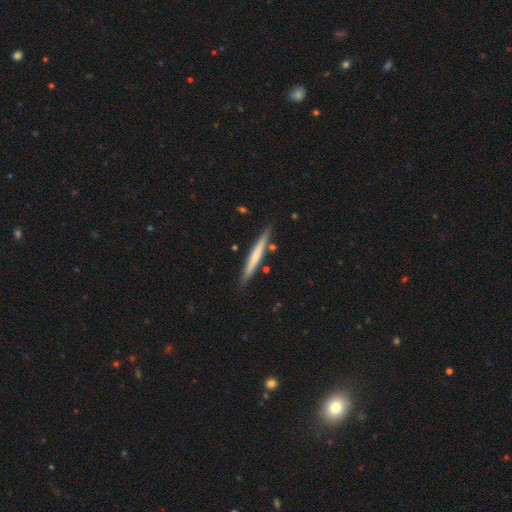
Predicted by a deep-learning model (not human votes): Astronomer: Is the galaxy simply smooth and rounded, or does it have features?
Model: smooth — 53% (runner-up: featured or disk, 42%).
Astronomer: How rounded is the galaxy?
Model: cigar-shaped — 96%.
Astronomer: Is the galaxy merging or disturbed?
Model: none — 85%.